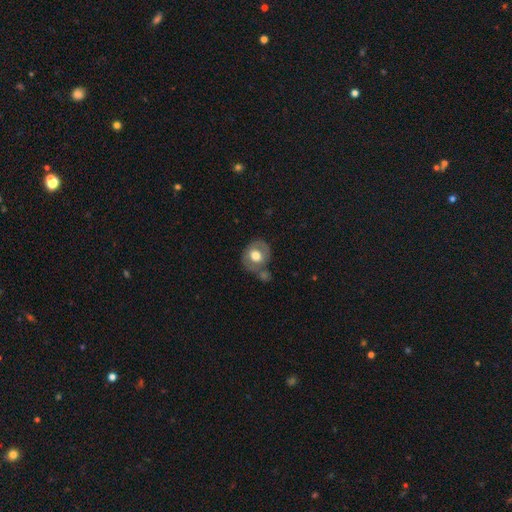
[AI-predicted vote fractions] This appears to be a smooth galaxy with no disk features (56%) that is round (66%). Merging: none (55%).